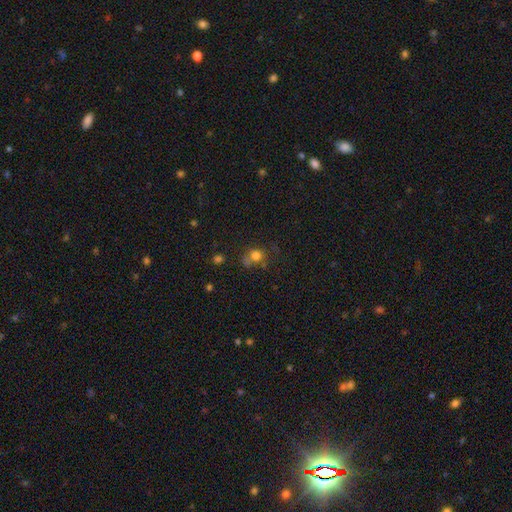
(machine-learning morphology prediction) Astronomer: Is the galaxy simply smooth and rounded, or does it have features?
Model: smooth — 74%.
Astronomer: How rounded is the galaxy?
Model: round — 73%.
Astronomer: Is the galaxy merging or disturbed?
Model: none — 49%.